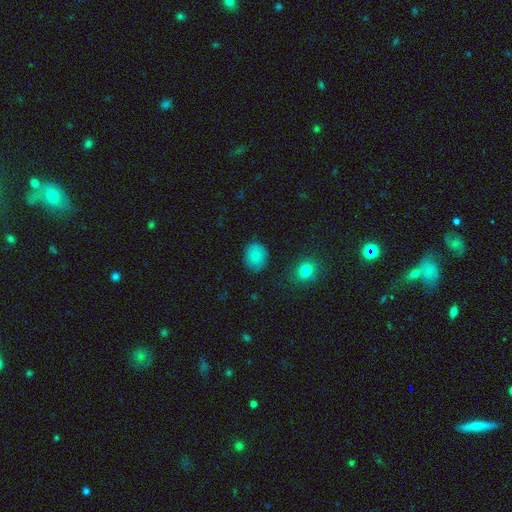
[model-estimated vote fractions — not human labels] Q: Smooth or featured?
A: smooth (86%); runner-up: star or artifact (8%)
Q: How rounded?
A: round (63%); runner-up: in between (36%)
Q: Merging?
A: none (83%); runner-up: minor disturbance (12%)